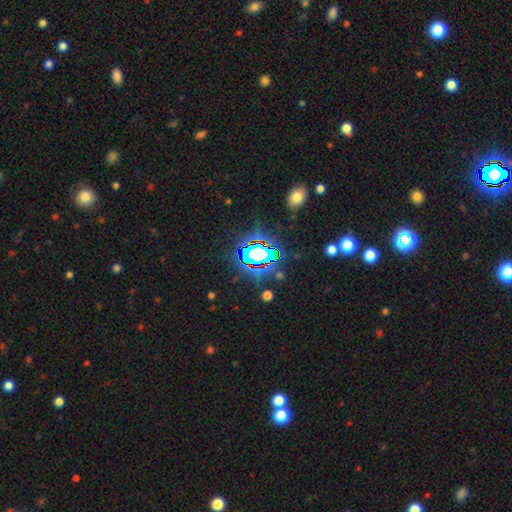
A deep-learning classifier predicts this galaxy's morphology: star or artifact 69%, smooth 17%, featured or disk 14%.